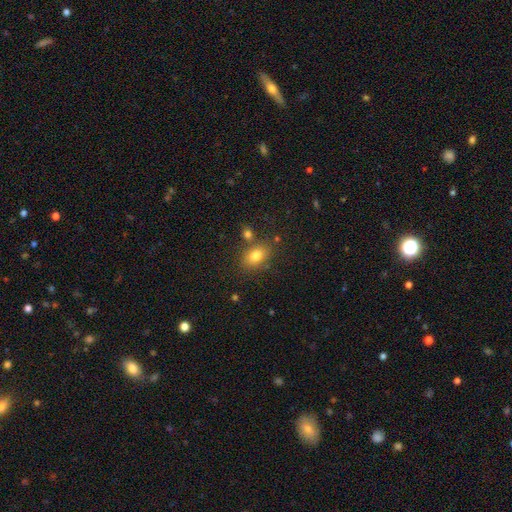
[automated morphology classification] Overall: smooth (80%). How rounded: in between (76%). Merging: none (73%).